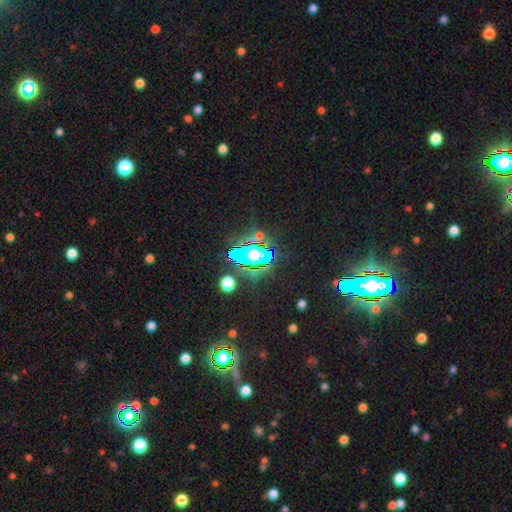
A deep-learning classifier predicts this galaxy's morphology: A star or artifact, not a galaxy (58%).

Vote fractions:
- Smooth or featured? star or artifact: 58% / smooth: 26% / featured or disk: 15%